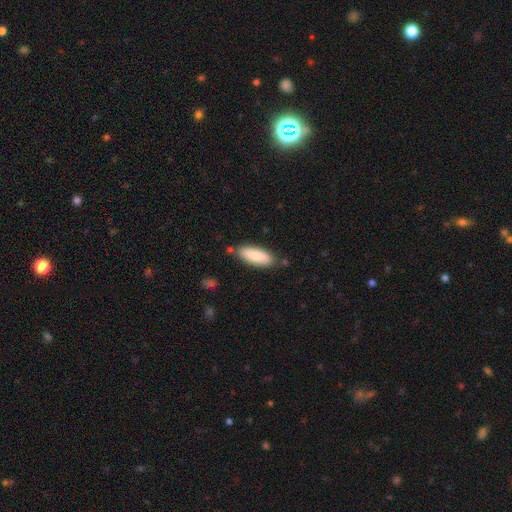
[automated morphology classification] smooth-or-featured: smooth: 85% | featured or disk: 9% | star or artifact: 6%
  how-rounded: in between: 68% | cigar-shaped: 30% | round: 2%
  merging: none: 80% | minor disturbance: 14% | merger: 4% | major disturbance: 3%